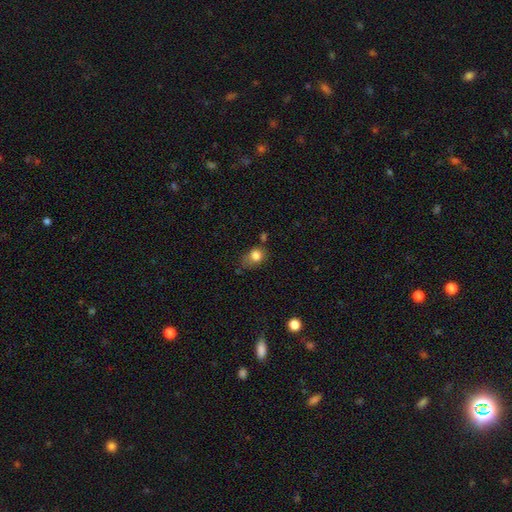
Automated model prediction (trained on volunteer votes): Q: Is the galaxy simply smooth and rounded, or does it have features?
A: smooth — 80%.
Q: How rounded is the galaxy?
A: round — 55%.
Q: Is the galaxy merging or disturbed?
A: none — 43%.